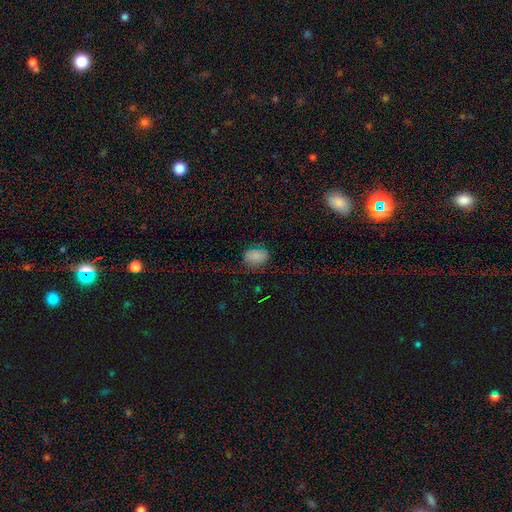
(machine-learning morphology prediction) type=smooth (83%); roundness=in between (72%); merging=none (72%).